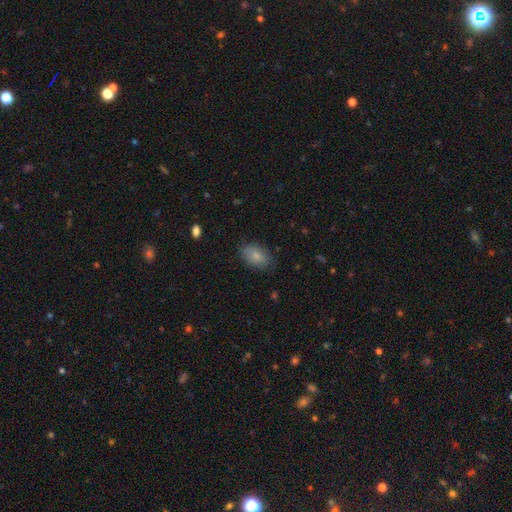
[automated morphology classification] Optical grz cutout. It shows a smooth galaxy with no disk features (84%) that is in between round and cigar-shaped (87%). Merging: none (80%).